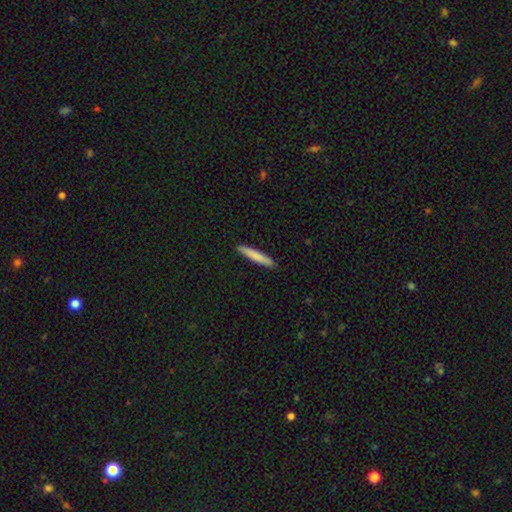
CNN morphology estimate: A smooth galaxy with no disk features (81%) that is cigar-shaped (93%).

Vote fractions:
- Smooth or featured? smooth: 81% / featured or disk: 13% / star or artifact: 5%
- How rounded? cigar-shaped: 93% / in between: 6% / round: 1%
- Merging? none: 91% / minor disturbance: 7% / major disturbance: 1% / merger: 1%